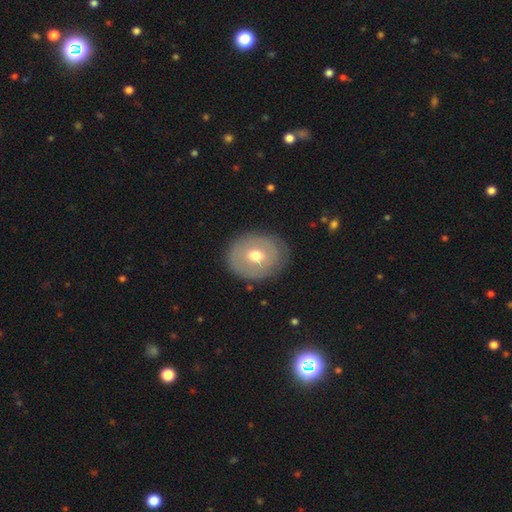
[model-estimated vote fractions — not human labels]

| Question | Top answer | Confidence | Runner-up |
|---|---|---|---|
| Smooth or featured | smooth | 50% | featured or disk (43%) |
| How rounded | round | 61% | in between (38%) |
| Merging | none | 79% | minor disturbance (15%) |